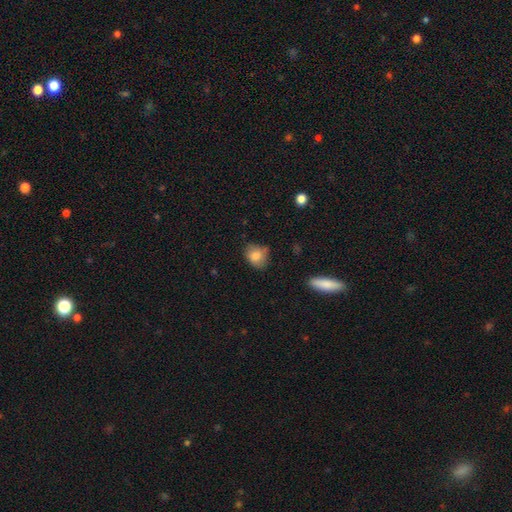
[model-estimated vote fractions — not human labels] Smooth or featured? smooth (80%)
How rounded? round (52%)
Merging? none (64%)